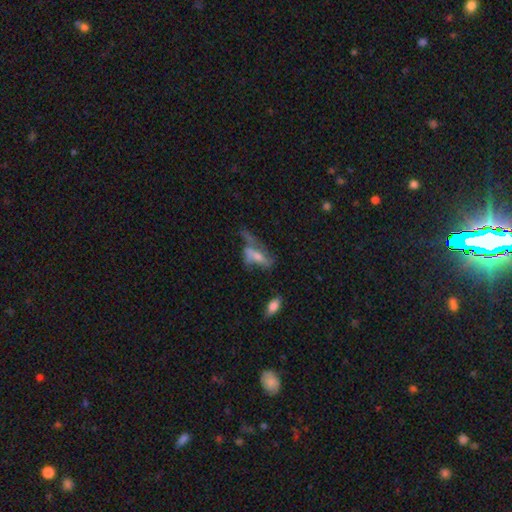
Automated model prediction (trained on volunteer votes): Smooth or featured? featured or disk (48%)
Merging? major disturbance (46%)